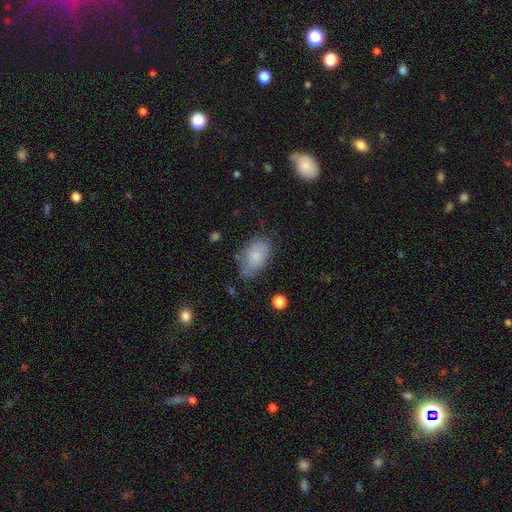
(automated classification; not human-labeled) smooth_or_featured: smooth (p=0.77) [alt: featured or disk p=0.15]
how_rounded: in between (p=0.91) [alt: round p=0.08]
merging: none (p=0.57) [alt: minor disturbance p=0.30]